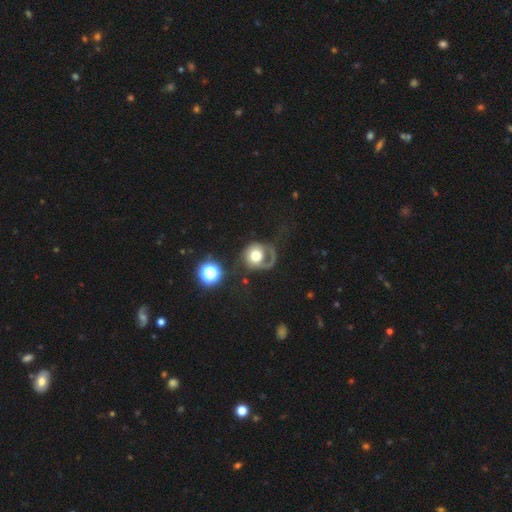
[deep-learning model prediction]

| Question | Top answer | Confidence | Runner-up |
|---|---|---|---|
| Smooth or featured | smooth | 46% | featured or disk (45%) |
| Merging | major disturbance | 46% | none (32%) |